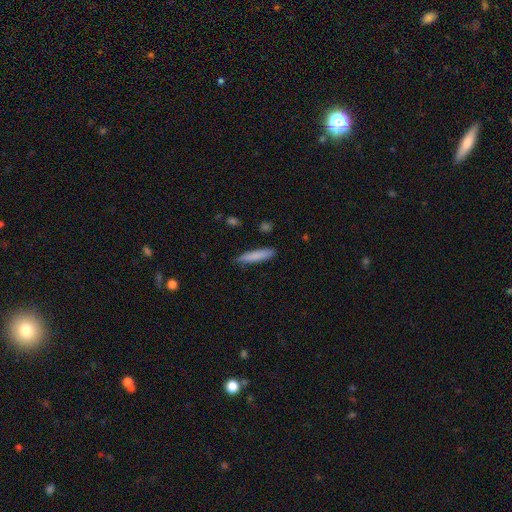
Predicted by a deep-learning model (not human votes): A smooth galaxy with no disk features (82%) that is cigar-shaped (87%).

Vote fractions:
- Smooth or featured? smooth: 82% / featured or disk: 12% / star or artifact: 6%
- How rounded? cigar-shaped: 87% / in between: 11% / round: 1%
- Merging? none: 83% / minor disturbance: 13% / major disturbance: 2% / merger: 2%